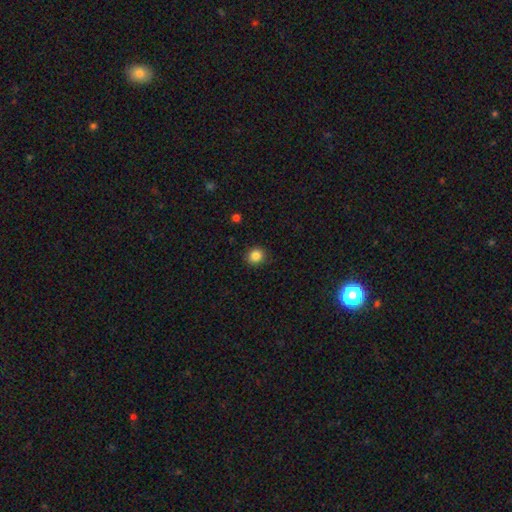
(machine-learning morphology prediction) Smooth or featured?
  - smooth: 85% *
  - star or artifact: 11%
  - featured or disk: 4%
How rounded?
  - round: 86% *
  - in between: 13%
  - cigar-shaped: 1%
Merging?
  - none: 91% *
  - minor disturbance: 6%
  - major disturbance: 2%
  - merger: 1%